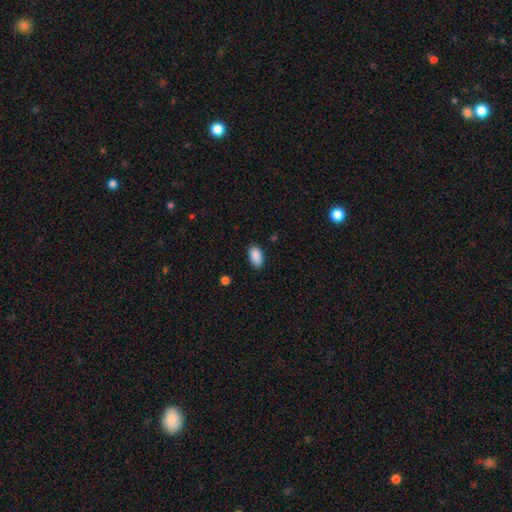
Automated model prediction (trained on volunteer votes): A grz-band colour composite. It shows a smooth galaxy with no disk features (90%) that is in between round and cigar-shaped (94%). Merging: none (86%).